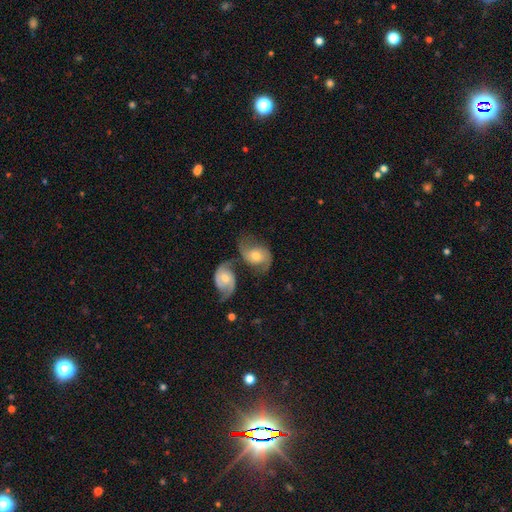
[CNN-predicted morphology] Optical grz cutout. It shows a featured or disk galaxy (71%) with no bar (58%), 2 (83%) medium (45%) spiral arms (91%) and a moderate central bulge (66%). Merging: merger (45%).